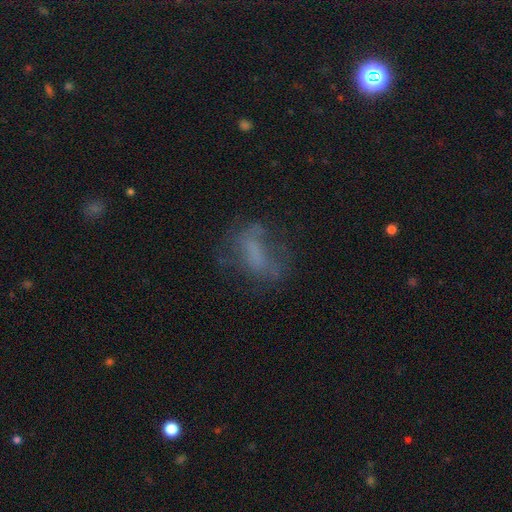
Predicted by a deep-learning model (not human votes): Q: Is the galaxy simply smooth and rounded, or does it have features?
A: smooth — 41%.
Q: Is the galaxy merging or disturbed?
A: none — 45%.